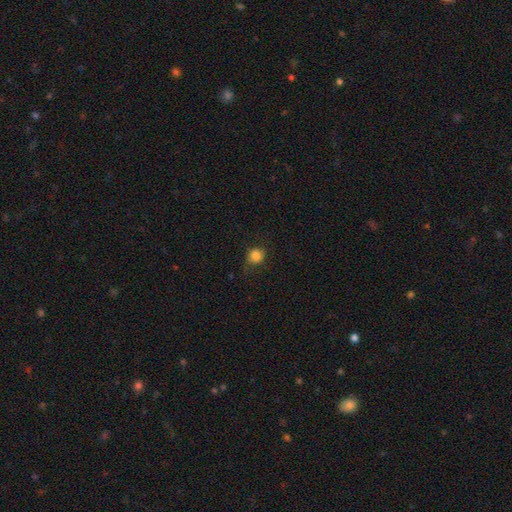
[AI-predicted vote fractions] A smooth galaxy with no disk features (83%) that is round (81%).

Vote fractions:
- Smooth or featured? smooth: 83% / star or artifact: 11% / featured or disk: 6%
- How rounded? round: 81% / in between: 18% / cigar-shaped: 1%
- Merging? none: 70% / minor disturbance: 21% / major disturbance: 8% / merger: 1%